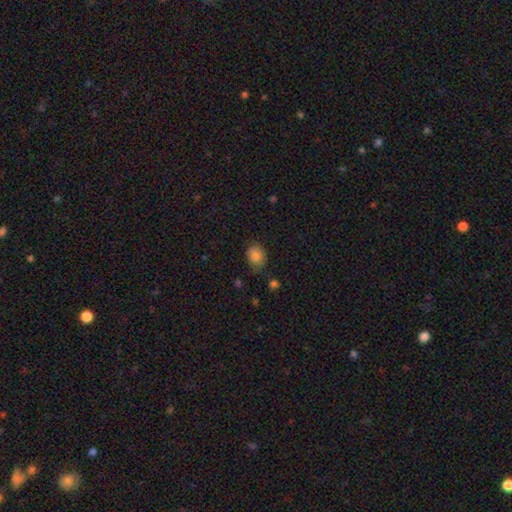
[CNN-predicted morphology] smooth_or_featured: smooth (p=0.83) [alt: star or artifact p=0.09]
how_rounded: in between (p=0.57) [alt: round p=0.42]
merging: none (p=0.72) [alt: minor disturbance p=0.22]